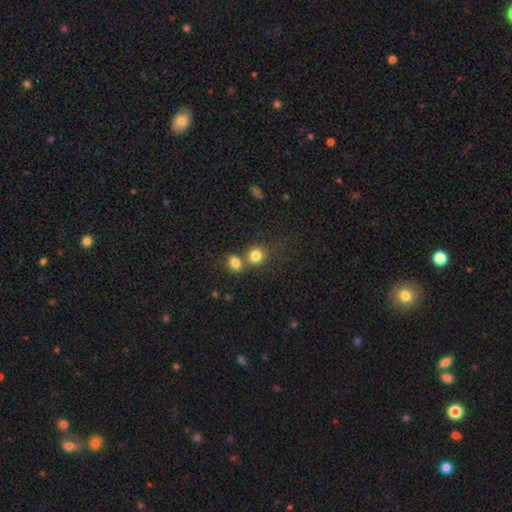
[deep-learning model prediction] Morphology: type=smooth (81%); roundness=round (76%); merging=none (45%).